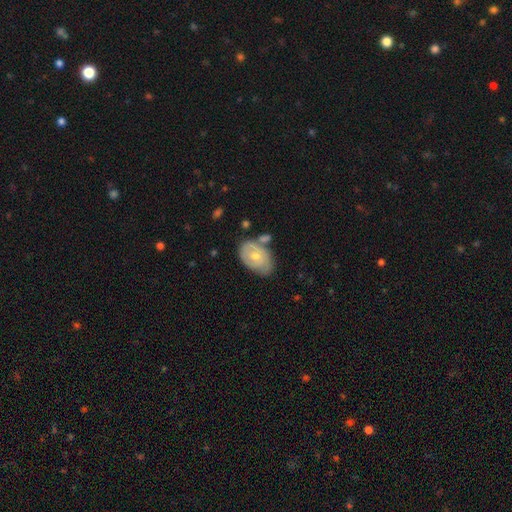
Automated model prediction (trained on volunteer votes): A smooth galaxy with no disk features (47%, tied with featured or disk).

Vote fractions:
- Smooth or featured? smooth: 47% (tied) / featured or disk: 47% (tied) / star or artifact: 6%
- Merging? none: 46% / minor disturbance: 30% / merger: 15% / major disturbance: 9%